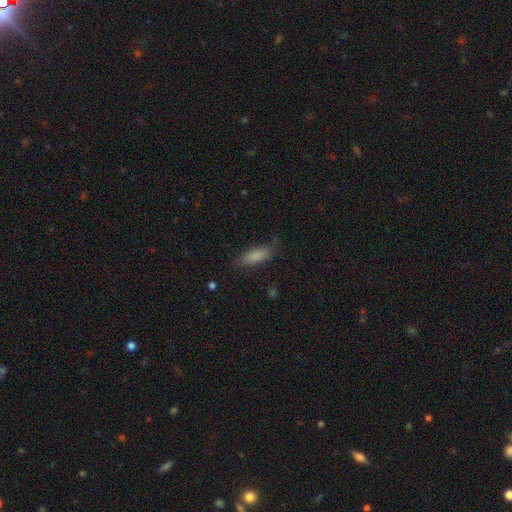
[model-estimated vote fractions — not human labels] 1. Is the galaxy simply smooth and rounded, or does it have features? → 83% smooth, 10% featured or disk, 7% star or artifact.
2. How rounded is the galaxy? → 62% in between, 36% cigar-shaped, 2% round.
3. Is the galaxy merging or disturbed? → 72% none, 21% minor disturbance, 5% major disturbance, 2% merger.